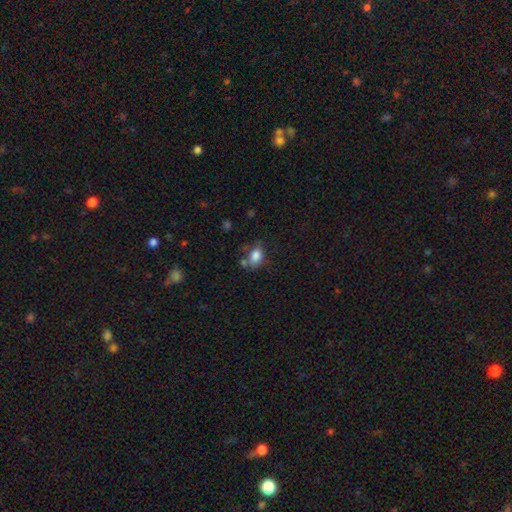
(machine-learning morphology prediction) This appears to be a smooth galaxy with no disk features (81%) that is in between round and cigar-shaped (71%). Merging: none (50%).